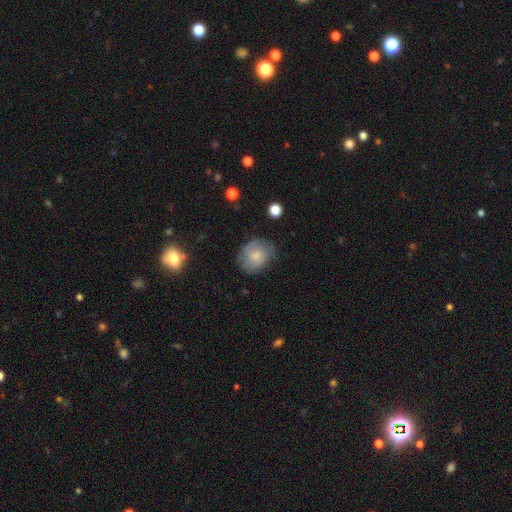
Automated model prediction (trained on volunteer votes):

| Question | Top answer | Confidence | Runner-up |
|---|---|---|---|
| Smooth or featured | smooth | 61% | featured or disk (31%) |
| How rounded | round | 65% | in between (34%) |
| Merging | none | 67% | minor disturbance (23%) |